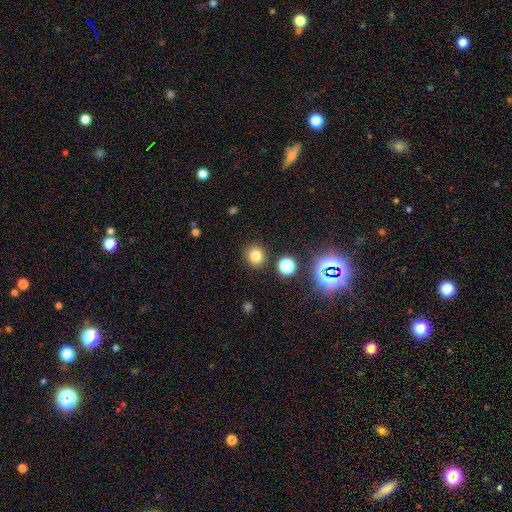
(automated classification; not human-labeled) Smooth or featured?
  - smooth: 77% *
  - star or artifact: 17%
  - featured or disk: 6%
How rounded?
  - round: 86% *
  - in between: 13%
  - cigar-shaped: 1%
Merging?
  - none: 87% *
  - minor disturbance: 7%
  - merger: 3%
  - major disturbance: 3%